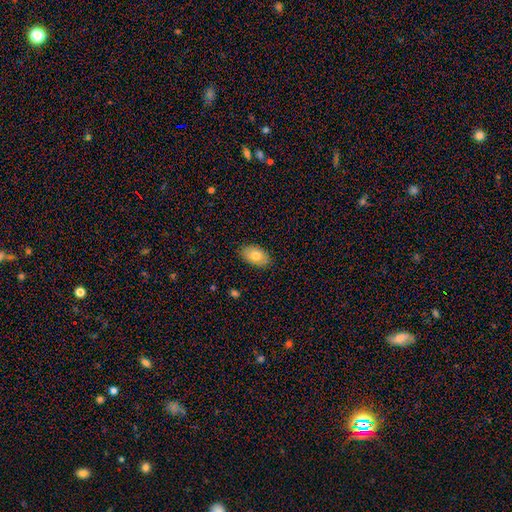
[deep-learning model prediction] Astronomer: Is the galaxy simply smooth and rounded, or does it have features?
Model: smooth — 77%.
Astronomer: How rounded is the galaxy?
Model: in between — 92%.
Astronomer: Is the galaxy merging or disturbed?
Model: none — 87%.